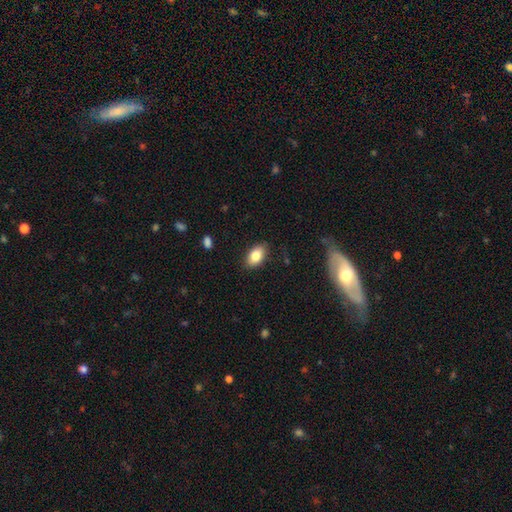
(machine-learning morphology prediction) This appears to be a smooth galaxy with no disk features (83%) that is in between round and cigar-shaped (90%). Merging: none (86%).